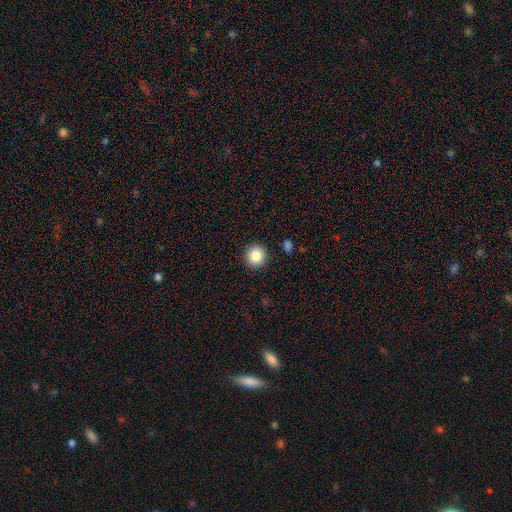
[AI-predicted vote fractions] A smooth galaxy with no disk features (86%) that is round (93%). Merging: none (91%).